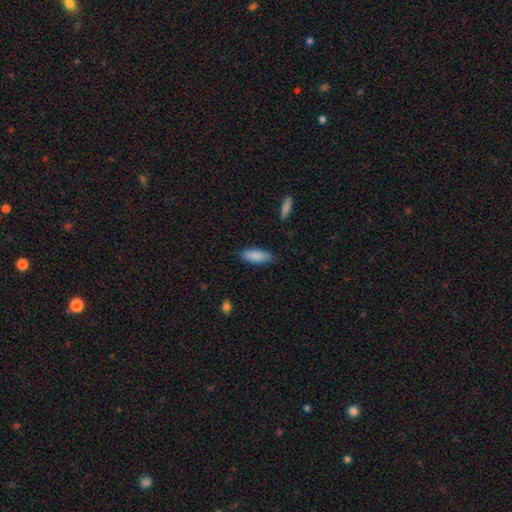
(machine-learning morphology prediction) Smooth or featured? smooth (87%)
How rounded? in between (70%)
Merging? none (84%)